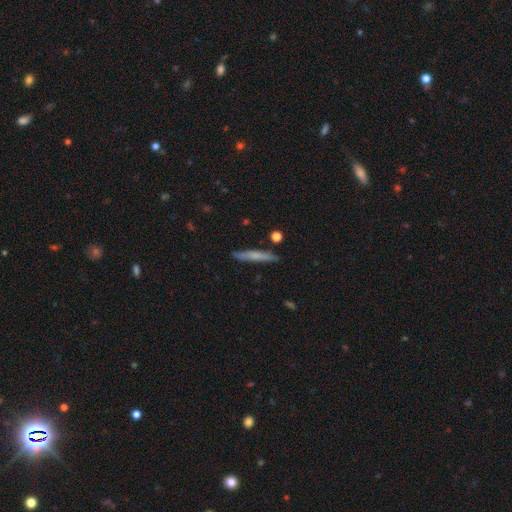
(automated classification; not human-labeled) A smooth galaxy with no disk features (64%) that is cigar-shaped (94%). Merging: none (86%).